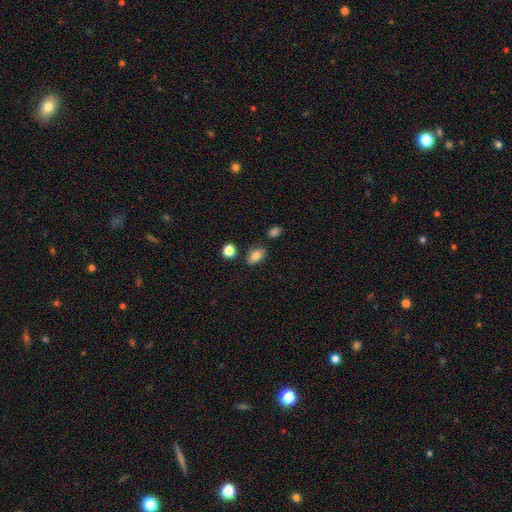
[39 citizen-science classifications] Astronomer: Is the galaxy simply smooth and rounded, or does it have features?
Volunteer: smooth — 74%.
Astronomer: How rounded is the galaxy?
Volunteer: in between — 86%.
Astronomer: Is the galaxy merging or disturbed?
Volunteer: none — 89%.